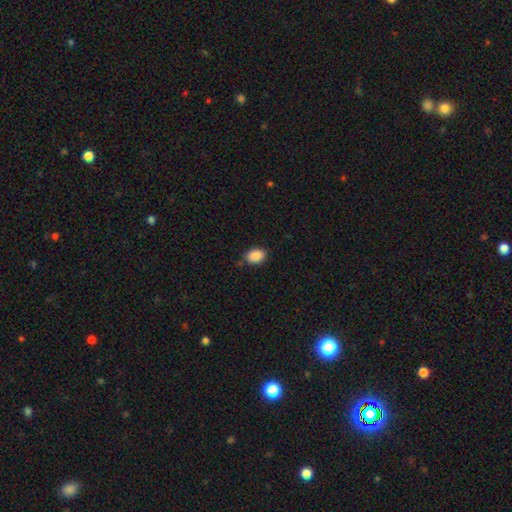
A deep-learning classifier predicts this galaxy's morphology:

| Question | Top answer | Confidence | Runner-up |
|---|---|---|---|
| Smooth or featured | smooth | 89% | star or artifact (8%) |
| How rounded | in between | 74% | round (25%) |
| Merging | none | 82% | minor disturbance (14%) |